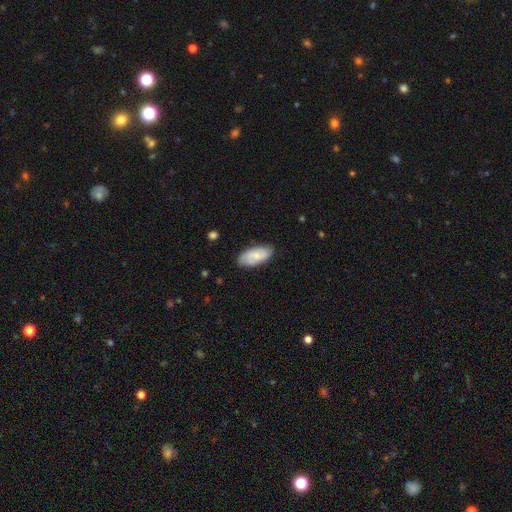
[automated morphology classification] Smooth or featured: smooth — 56% (featured or disk — 38%)
How rounded: in between — 90% (cigar-shaped — 8%)
Merging: none — 78% (minor disturbance — 17%)